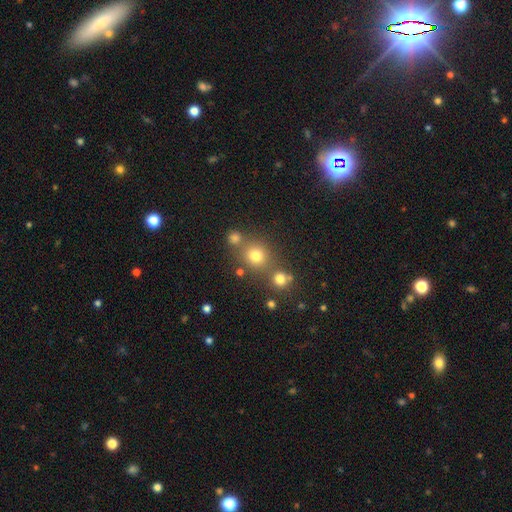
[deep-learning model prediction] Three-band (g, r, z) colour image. It shows a smooth galaxy with no disk features (75%) that is round (87%). Merging: none (69%).